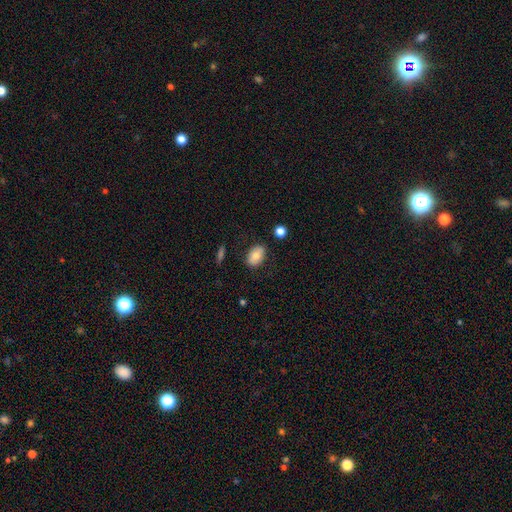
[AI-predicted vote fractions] Overall: smooth (77%). How rounded: in between (86%). Merging: none (81%).